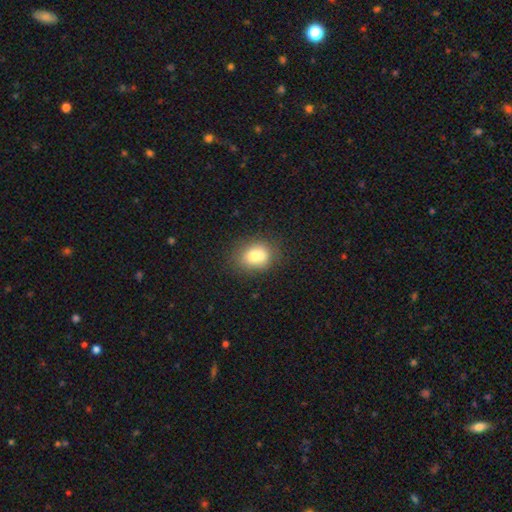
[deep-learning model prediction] Smooth or featured: smooth — 79% (featured or disk — 11%)
How rounded: in between — 60% (round — 38%)
Merging: none — 70% (minor disturbance — 18%)